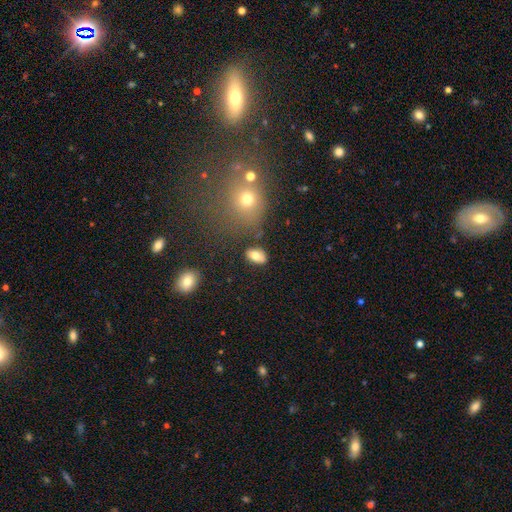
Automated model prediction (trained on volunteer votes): Smooth or featured? Predicted: smooth (p=0.77). How rounded? Predicted: in between (p=0.85). Merging? Predicted: none (p=0.77).